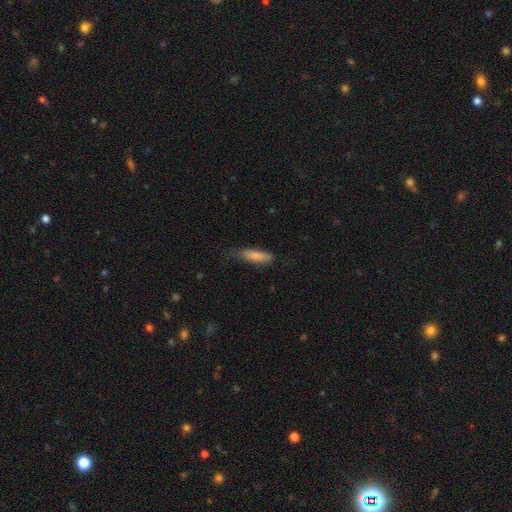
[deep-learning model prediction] This is clearly a smooth galaxy (82%). How rounded: possibly cigar-shaped (56%). Merging: possibly none (54%).